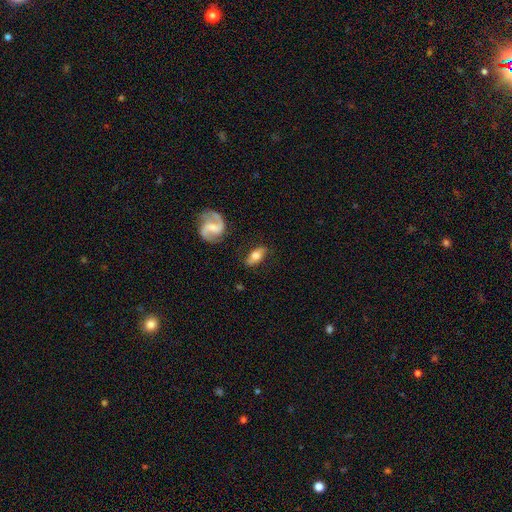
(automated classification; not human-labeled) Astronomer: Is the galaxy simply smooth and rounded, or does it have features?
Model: smooth — 47% (runner-up: featured or disk, 46%).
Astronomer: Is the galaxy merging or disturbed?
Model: none — 76%.